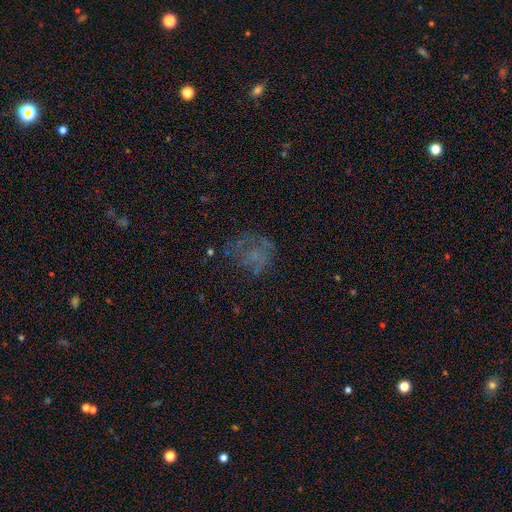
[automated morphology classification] Smooth or featured? featured or disk (43%)
Merging? none (47%)